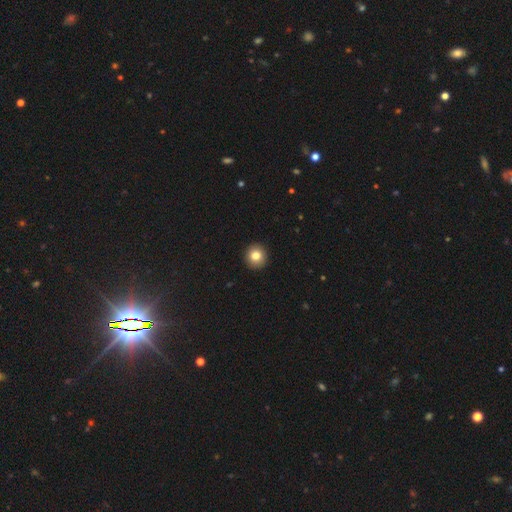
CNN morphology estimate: This appears to be a smooth galaxy with no disk features (82%) that is round (93%). Merging: none (93%).